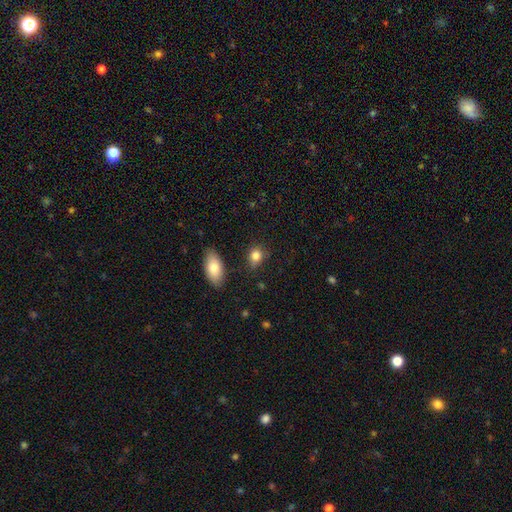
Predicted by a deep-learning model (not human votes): A smooth galaxy with no disk features (83%) that is round (52%).

Vote fractions:
- Smooth or featured? smooth: 83% / star or artifact: 10% / featured or disk: 7%
- How rounded? round: 52% / in between: 46% / cigar-shaped: 2%
- Merging? none: 72% / minor disturbance: 18% / major disturbance: 5% / merger: 4%